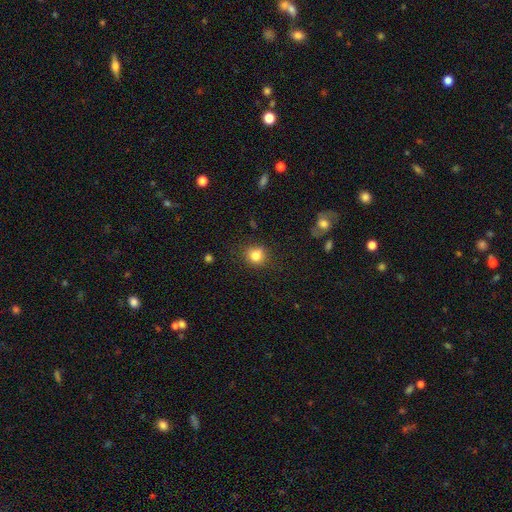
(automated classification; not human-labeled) smooth_or_featured: smooth (p=0.82) [alt: star or artifact p=0.12]
how_rounded: round (p=0.83) [alt: in between p=0.16]
merging: none (p=0.84) [alt: minor disturbance p=0.11]